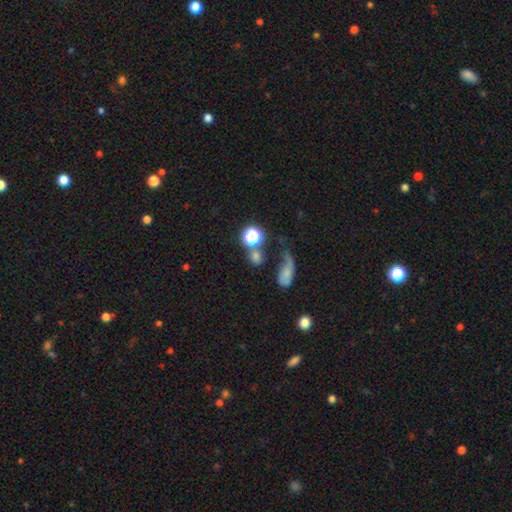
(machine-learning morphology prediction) Smooth or featured: smooth — 63% (star or artifact — 26%)
How rounded: round — 75% (in between — 23%)
Merging: none — 53% (merger — 22%)